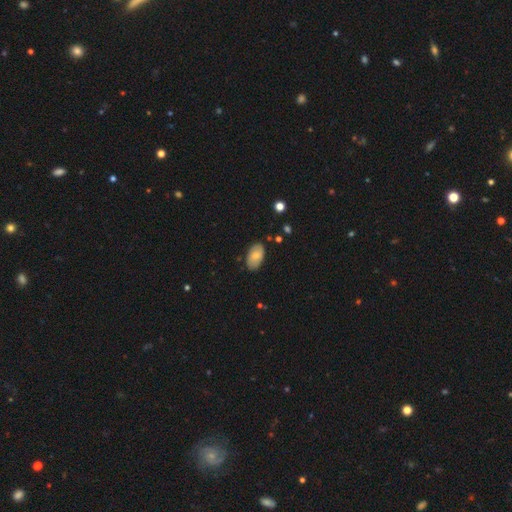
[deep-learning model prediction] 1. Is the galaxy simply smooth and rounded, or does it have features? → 71% smooth, 22% featured or disk, 7% star or artifact.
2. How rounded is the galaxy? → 94% in between, 4% round, 2% cigar-shaped.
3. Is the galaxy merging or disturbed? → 82% none, 14% minor disturbance, 2% major disturbance, 1% merger.